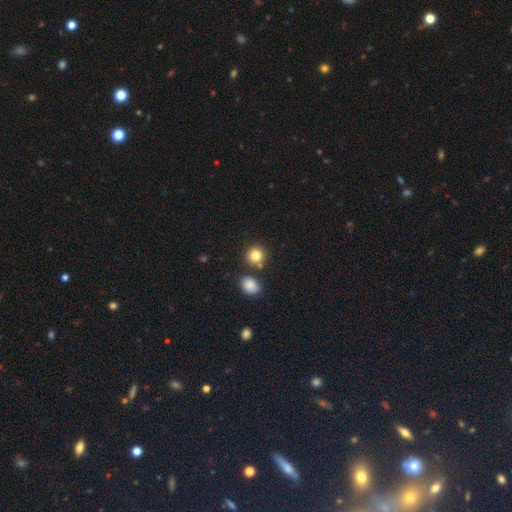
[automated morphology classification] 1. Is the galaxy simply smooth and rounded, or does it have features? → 82% smooth, 11% star or artifact, 7% featured or disk.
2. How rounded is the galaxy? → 86% round, 13% in between, 1% cigar-shaped.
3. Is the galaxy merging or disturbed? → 75% none, 14% merger, 9% minor disturbance, 3% major disturbance.